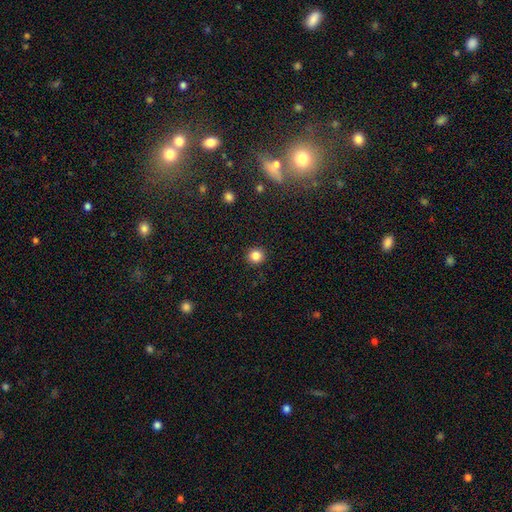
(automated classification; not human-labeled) smooth 84%, star or artifact 12%, featured or disk 4%. Down the decision tree: how rounded — round (94%); merging — none (93%).